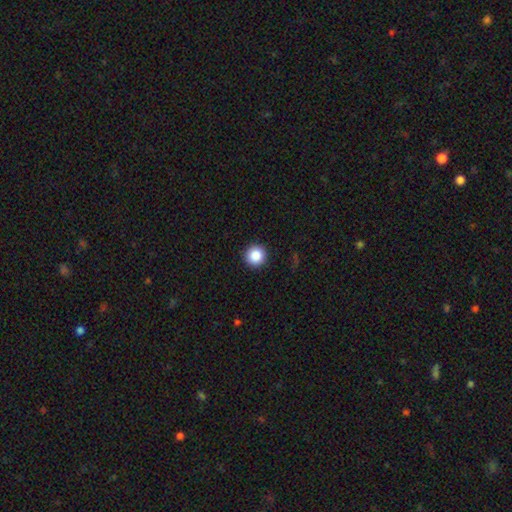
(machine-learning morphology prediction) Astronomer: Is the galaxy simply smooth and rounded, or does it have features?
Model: smooth — 87%.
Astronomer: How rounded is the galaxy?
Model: round — 96%.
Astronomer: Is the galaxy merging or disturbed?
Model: none — 93%.